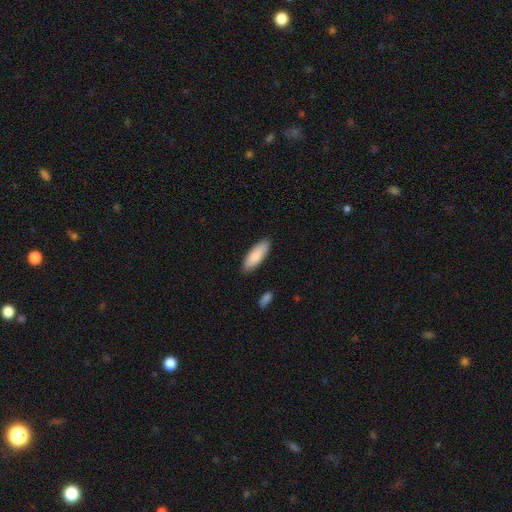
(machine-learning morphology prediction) A smooth galaxy with no disk features (88%) that is in between round and cigar-shaped (66%). Merging: none (87%).